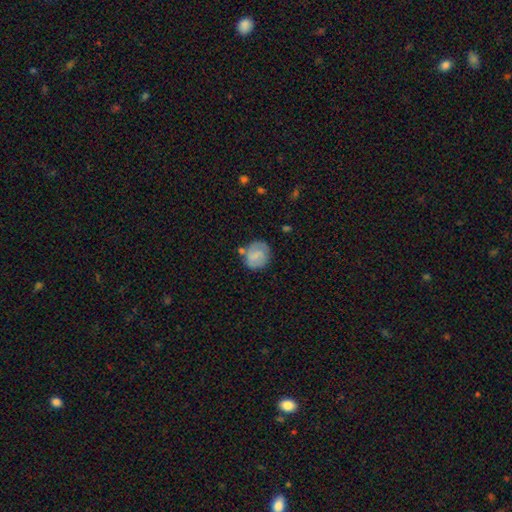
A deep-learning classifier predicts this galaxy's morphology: Smooth or featured? smooth (56%)
How rounded? round (77%)
Merging? none (64%)